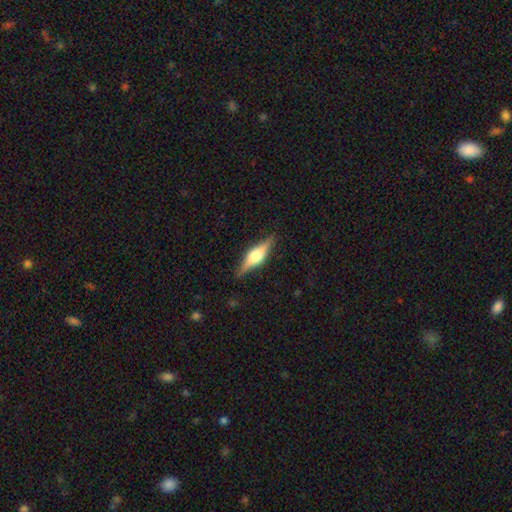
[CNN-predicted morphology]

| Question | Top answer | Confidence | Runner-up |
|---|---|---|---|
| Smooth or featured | featured or disk | 65% | smooth (29%) |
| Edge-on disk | yes | 96% | no (4%) |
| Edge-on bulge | rounded | 84% | boxy (14%) |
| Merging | none | 86% | minor disturbance (11%) |